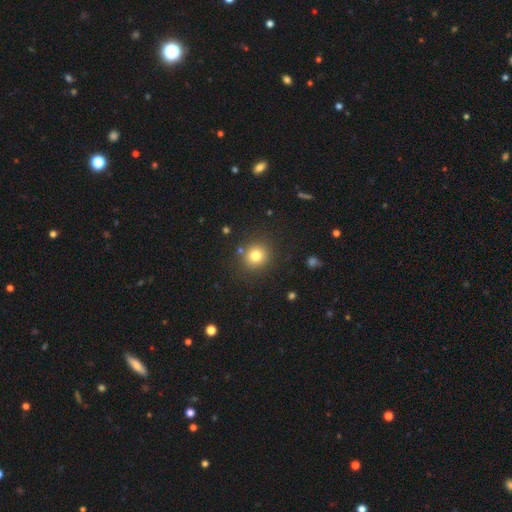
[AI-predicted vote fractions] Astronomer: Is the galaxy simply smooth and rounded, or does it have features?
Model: smooth — 79%.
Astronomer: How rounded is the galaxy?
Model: round — 85%.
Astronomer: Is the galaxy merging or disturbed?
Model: none — 86%.